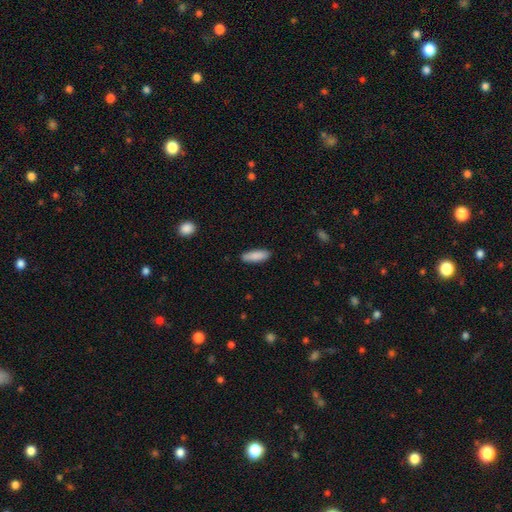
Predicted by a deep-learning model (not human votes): A smooth galaxy with no disk features (88%) that is in between round and cigar-shaped (57%). Merging: none (87%).